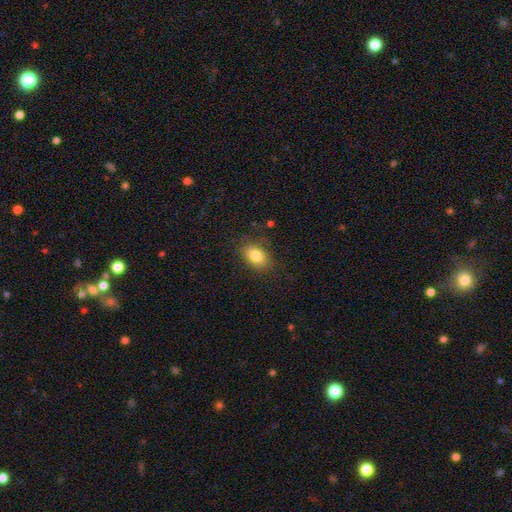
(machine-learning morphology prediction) Smooth or featured: smooth — 82% (star or artifact — 9%)
How rounded: in between — 84% (round — 15%)
Merging: none — 82% (minor disturbance — 13%)